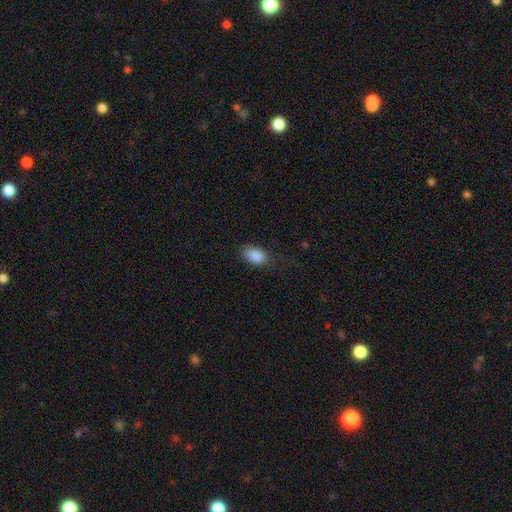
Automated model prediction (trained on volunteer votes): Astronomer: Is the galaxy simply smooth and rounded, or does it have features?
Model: smooth — 89%.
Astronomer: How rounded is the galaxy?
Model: in between — 90%.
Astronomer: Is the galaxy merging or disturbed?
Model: none — 73%.